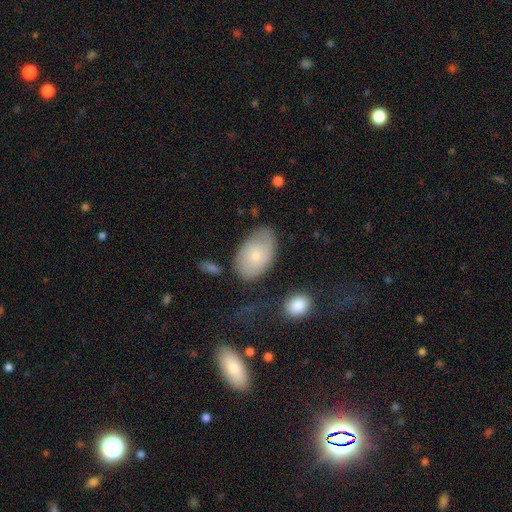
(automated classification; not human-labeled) Smooth or featured? Predicted: smooth (p=0.67). How rounded? Predicted: in between (p=0.90). Merging? Predicted: none (p=0.69).